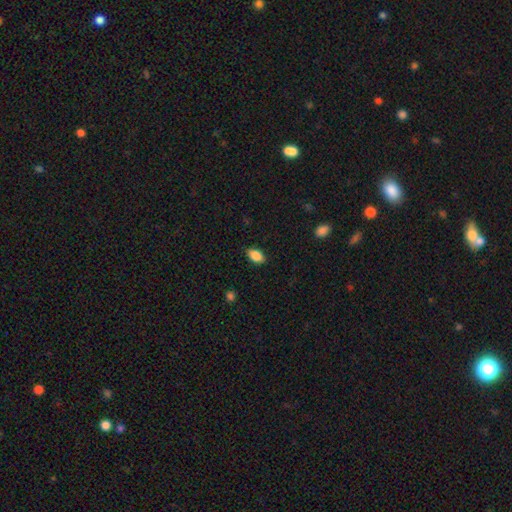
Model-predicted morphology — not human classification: This is clearly a smooth galaxy (87%). How rounded: clearly in between (91%). Merging: clearly none (86%).